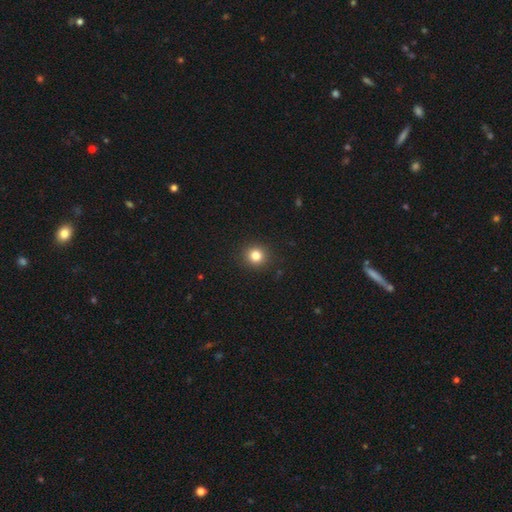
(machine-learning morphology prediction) Overall: smooth (82%). How rounded: round (92%). Merging: none (92%).